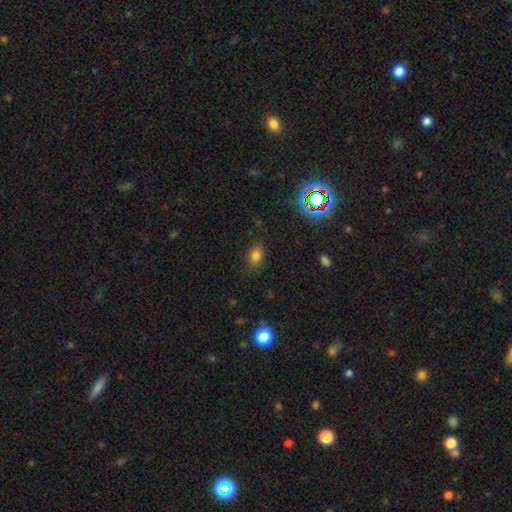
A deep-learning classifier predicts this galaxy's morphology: A smooth galaxy with no disk features (75%) that is in between round and cigar-shaped (63%).

Vote fractions:
- Smooth or featured? smooth: 75% / star or artifact: 18% / featured or disk: 7%
- How rounded? in between: 63% / round: 36% / cigar-shaped: 2%
- Merging? none: 80% / minor disturbance: 14% / major disturbance: 5% / merger: 2%